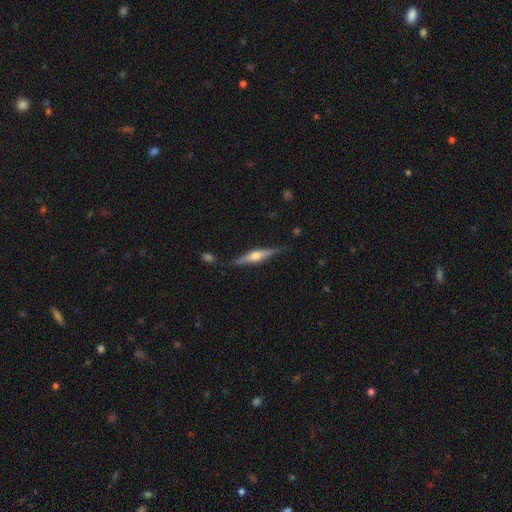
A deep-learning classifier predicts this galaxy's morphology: Smooth or featured? Predicted: featured or disk (p=0.69). Edge-on disk? Predicted: yes (p=0.97). Edge-on bulge? Predicted: rounded (p=0.89). Merging? Predicted: none (p=0.83).